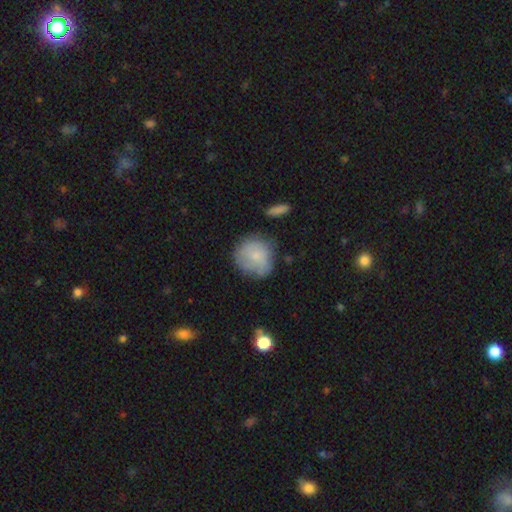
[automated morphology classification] type=smooth (69%); roundness=round (86%); merging=none (61%).